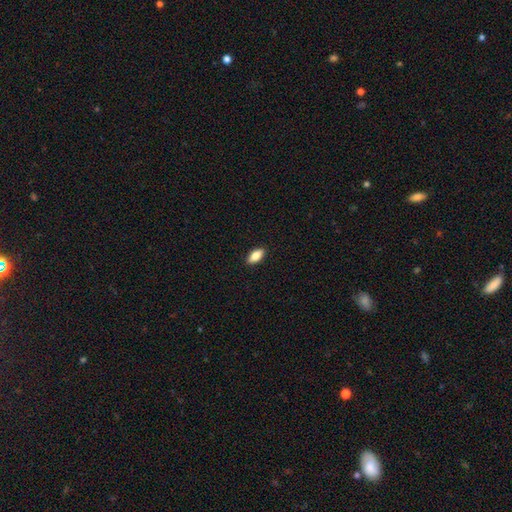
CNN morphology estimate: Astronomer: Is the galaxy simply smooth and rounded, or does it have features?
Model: smooth — 78%.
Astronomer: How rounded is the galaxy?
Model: in between — 85%.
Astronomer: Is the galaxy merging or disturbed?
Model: none — 90%.